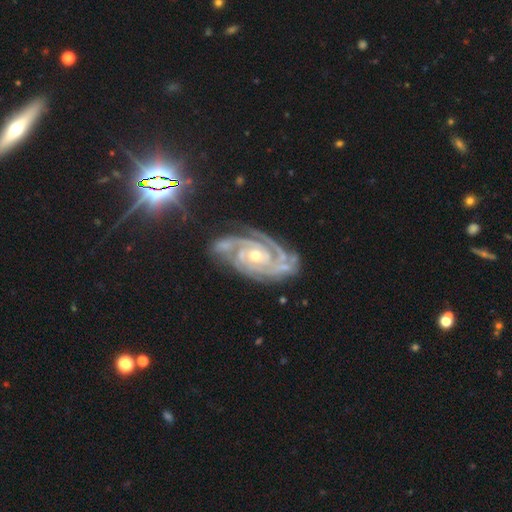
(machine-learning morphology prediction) smooth_or_featured: featured or disk (p=0.91) [alt: star or artifact p=0.06]
disk_edge_on: no (p=0.97) [alt: yes p=0.03]
bar: no (p=0.68) [alt: weak p=0.21]
has_spiral_arms: yes (p=0.99) [alt: no p=0.01]
spiral_winding: tight (p=0.76) [alt: medium p=0.21]
spiral_arm_count: 3 (p=0.39) [alt: 2 p=0.27]
bulge_size: small (p=0.53) [alt: moderate p=0.44]
merging: none (p=0.68) [alt: minor disturbance p=0.22]